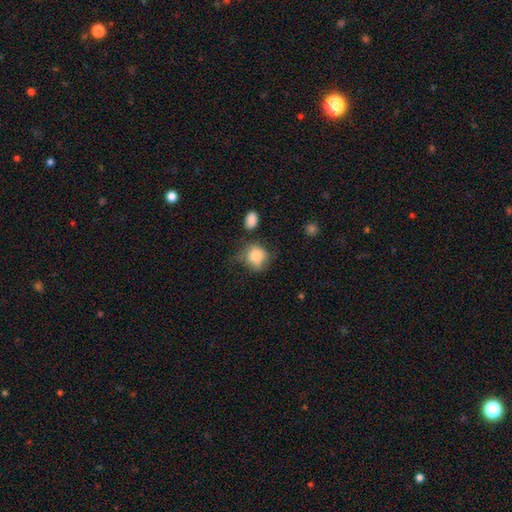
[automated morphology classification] Smooth or featured? Predicted: smooth (p=0.80). How rounded? Predicted: round (p=0.73). Merging? Predicted: none (p=0.47).